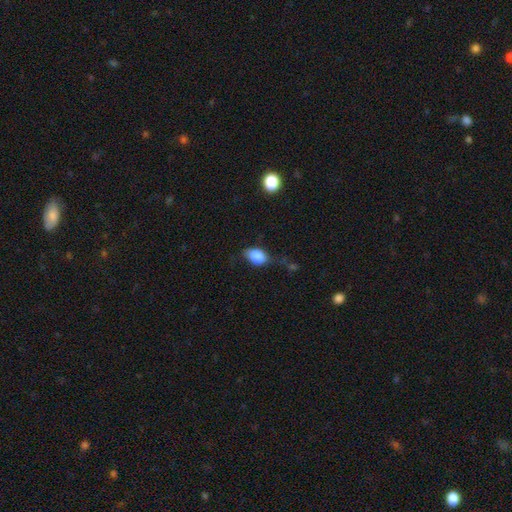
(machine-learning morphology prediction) This appears to be a smooth galaxy with no disk features (80%) that is in between round and cigar-shaped (74%). Merging: none (60%).